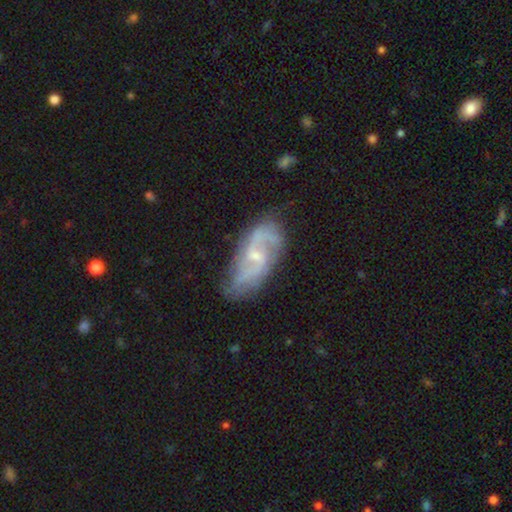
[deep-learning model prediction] Smooth or featured?
  - featured or disk: 82% *
  - smooth: 12%
  - star or artifact: 6%
Edge-on disk?
  - no: 95% *
  - yes: 5%
Bar?
  - weak: 51% *
  - no: 38%
  - strong: 10%
Spiral arms?
  - yes: 94% *
  - no: 6%
Spiral winding?
  - medium: 45% *
  - loose: 38%
  - tight: 18%
Spiral arm count?
  - 2: 71% *
  - can't tell: 14%
  - 3: 7%
  - 1: 3%
  - 4: 2%
  - more than 4: 2%
Bulge size?
  - small: 64% *
  - moderate: 28%
  - none: 6%
  - large: 1%
  - dominant: 1%
Merging?
  - none: 67% *
  - minor disturbance: 23%
  - major disturbance: 8%
  - merger: 2%